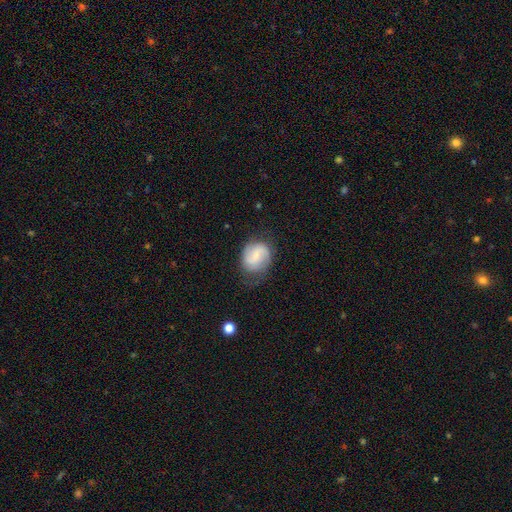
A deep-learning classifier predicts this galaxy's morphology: This is possibly a featured or disk galaxy (59%). It is clearly not viewed edge-on (98%). Bar: possibly weak (54%). Spiral arm pattern: clearly yes (91%). Spiral arm count: clearly 2 (82%). Spiral winding: possibly medium (46%). Central bulge: possibly small (56%). Merging: likely none (64%).